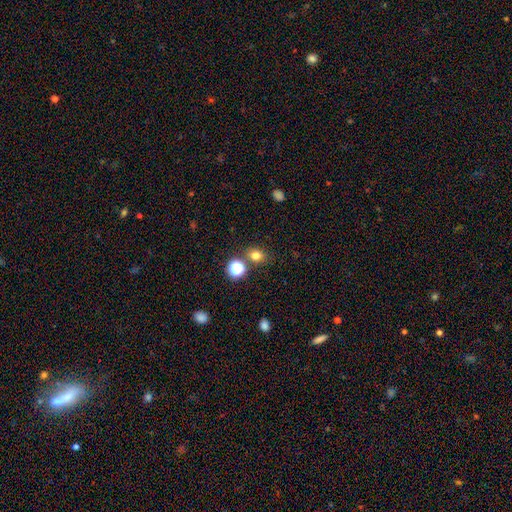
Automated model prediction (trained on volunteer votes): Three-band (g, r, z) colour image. It shows a smooth galaxy with no disk features (75%) that is round (64%). Merging: none (77%).